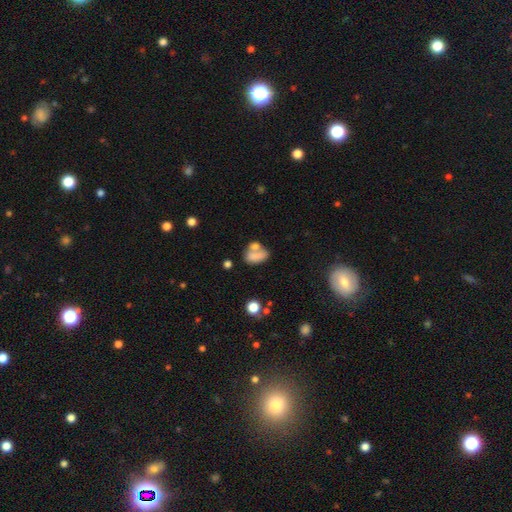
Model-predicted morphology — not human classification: The model was most divided on "merging": merger: 43%, none: 30%, minor disturbance: 16%, major disturbance: 11%. More confident: how rounded — in between (83%); smooth or featured — smooth (71%).